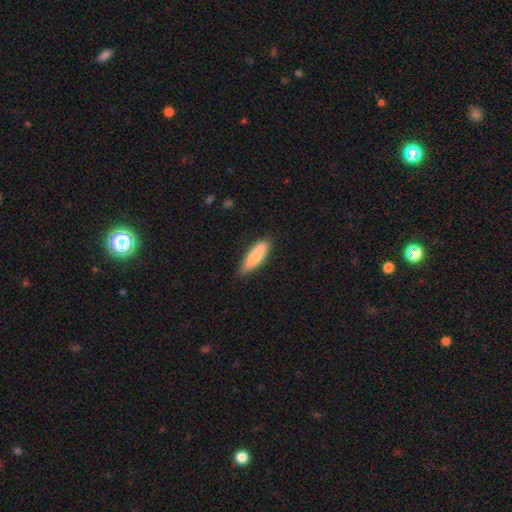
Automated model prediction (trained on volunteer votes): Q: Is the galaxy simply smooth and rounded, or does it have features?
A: smooth — 82%.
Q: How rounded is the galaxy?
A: cigar-shaped — 56%.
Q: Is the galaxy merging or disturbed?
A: none — 82%.